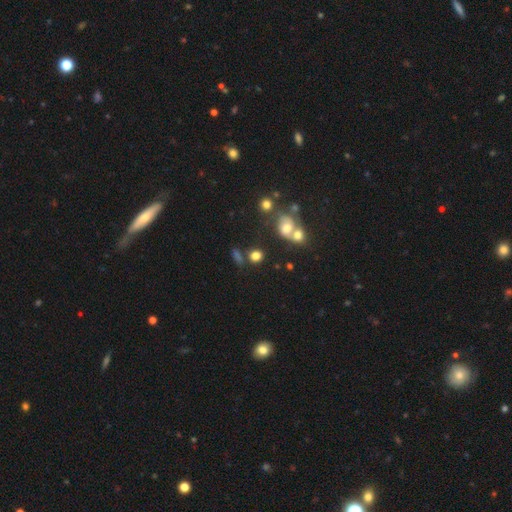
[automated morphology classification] Smooth or featured? Predicted: smooth (p=0.76). How rounded? Predicted: round (p=0.68). Merging? Predicted: none (p=0.58).